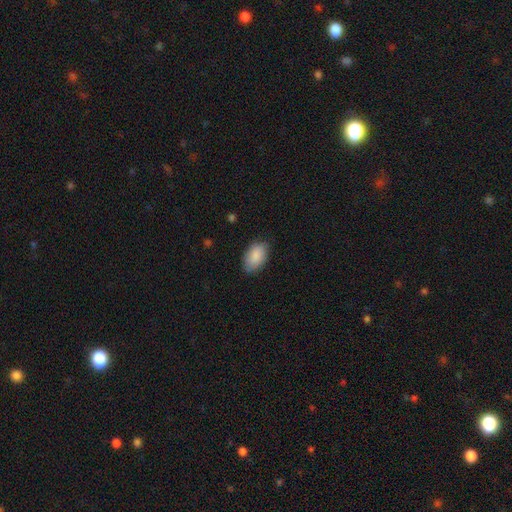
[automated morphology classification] type=smooth (87%); roundness=in between (92%); merging=none (80%).